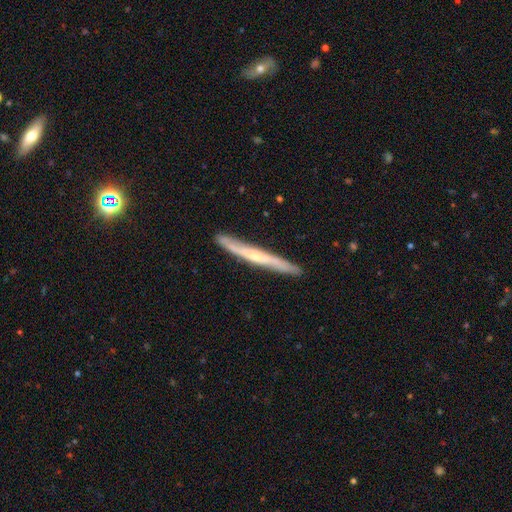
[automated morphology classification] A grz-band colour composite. It shows a featured or disk galaxy (63%) viewed edge-on (92%) with no central bulge (53%). Merging: none (88%).